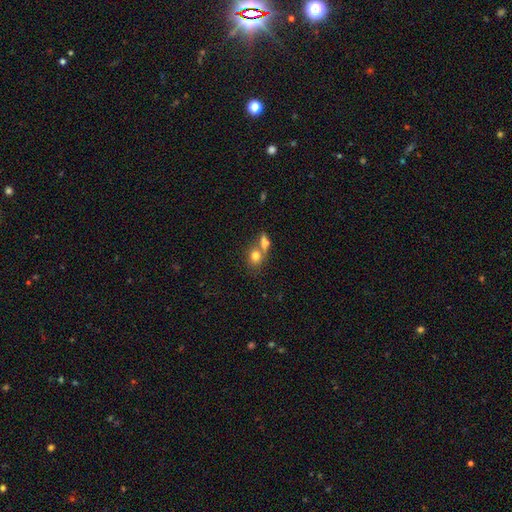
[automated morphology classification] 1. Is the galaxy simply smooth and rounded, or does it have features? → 78% smooth, 12% featured or disk, 10% star or artifact.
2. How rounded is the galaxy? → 53% round, 45% in between, 2% cigar-shaped.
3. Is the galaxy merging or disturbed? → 54% merger, 33% none, 8% minor disturbance, 4% major disturbance.